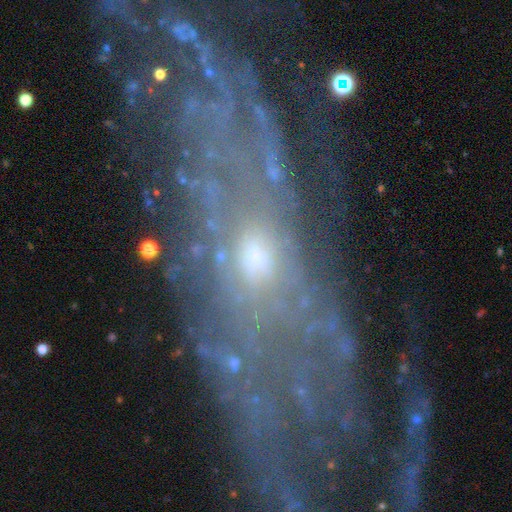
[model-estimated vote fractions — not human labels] Smooth or featured? featured or disk (82%)
Edge-on disk? no (88%)
Bar? no (74%)
Spiral arms? yes (82%)
Spiral winding? tight (39%)
Spiral arm count? can't tell (39%)
Bulge size? small (63%)
Merging? none (54%)